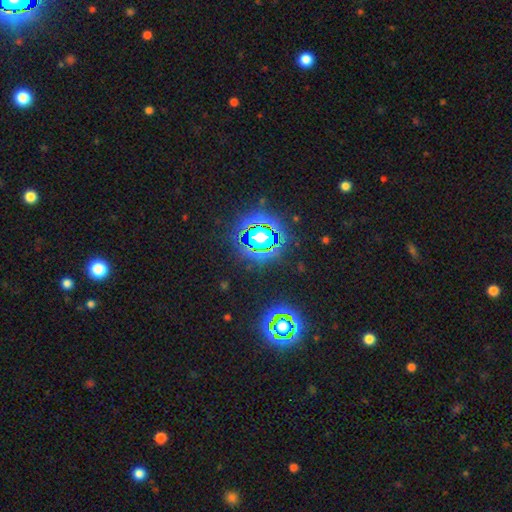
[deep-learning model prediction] star or artifact 82%, smooth 11%, featured or disk 7%.